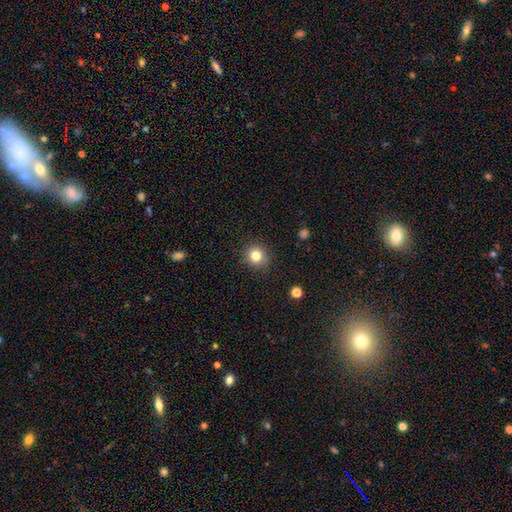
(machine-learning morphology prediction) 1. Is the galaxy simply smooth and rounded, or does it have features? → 82% smooth, 12% star or artifact, 6% featured or disk.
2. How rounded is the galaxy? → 88% round, 11% in between, 1% cigar-shaped.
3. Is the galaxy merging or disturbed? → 88% none, 8% minor disturbance, 2% major disturbance, 1% merger.